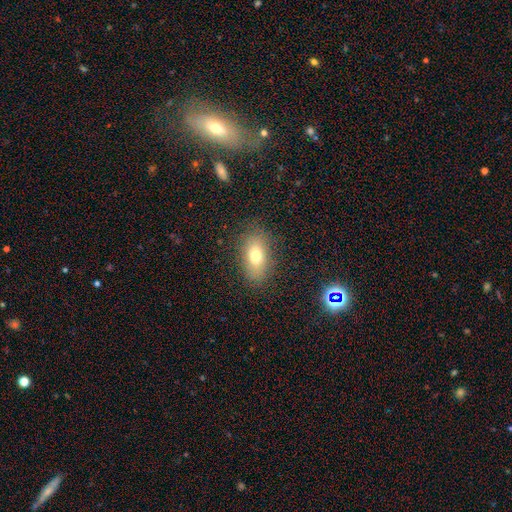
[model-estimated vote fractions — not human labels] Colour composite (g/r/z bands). It shows a smooth galaxy with no disk features (73%) that is in between round and cigar-shaped (84%). Merging: none (83%).